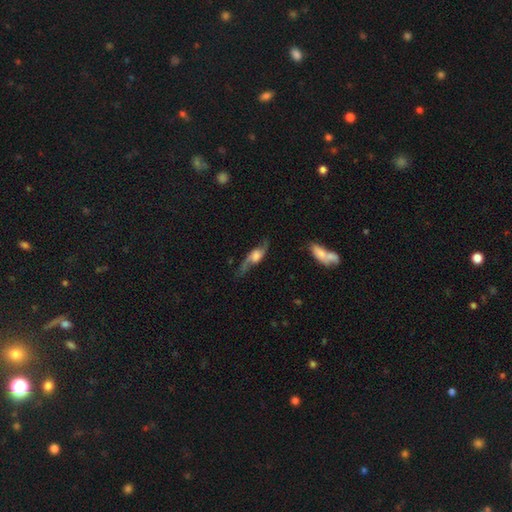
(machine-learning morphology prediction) The model was most divided on "bulge size": large: 38%, moderate: 28%, small: 14%, none: 13%, dominant: 8%. More confident: spiral arms — yes (93%); spiral arm count — 2 (91%); smooth or featured — featured or disk (78%); spiral winding — loose (78%); edge-on disk — no (74%); merging — none (67%); bar — no (57%).